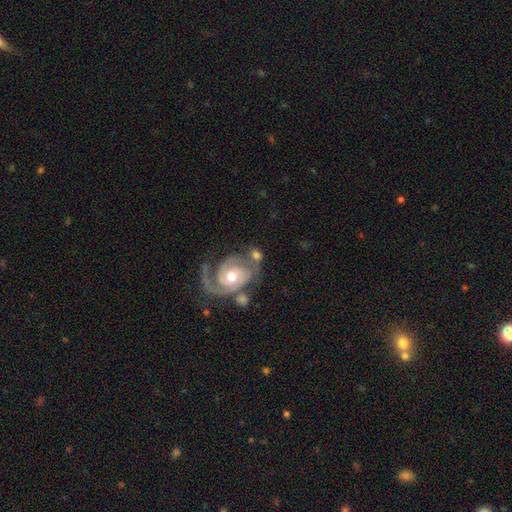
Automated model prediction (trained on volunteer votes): This appears to be a featured or disk galaxy (70%) with no bar (68%), 2 (65%) tight (43%) spiral arms (91%) and a moderate central bulge (71%). Merging: none (41%).